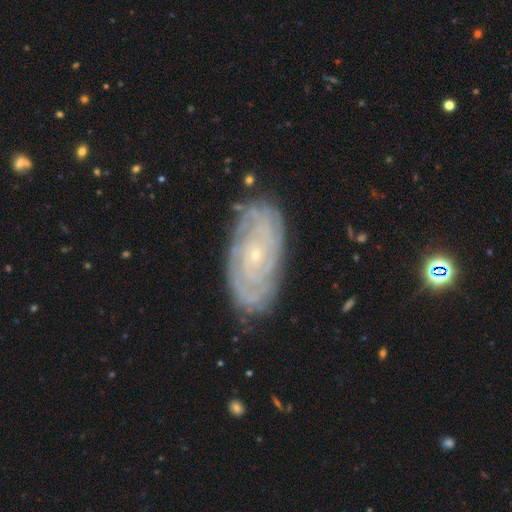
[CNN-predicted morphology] type=featured or disk (84%); edge-on=no (94%); bar=no (77%); spiral arms=yes (96%); winding=tight (83%); arm count=can't tell (36%); bulge=small (83%); merging=none (83%).